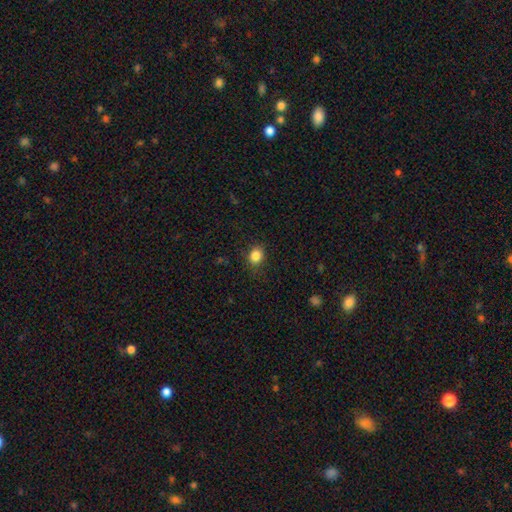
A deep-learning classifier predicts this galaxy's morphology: Q: Smooth or featured?
A: smooth (85%); runner-up: star or artifact (11%)
Q: How rounded?
A: round (63%); runner-up: in between (36%)
Q: Merging?
A: none (83%); runner-up: minor disturbance (12%)